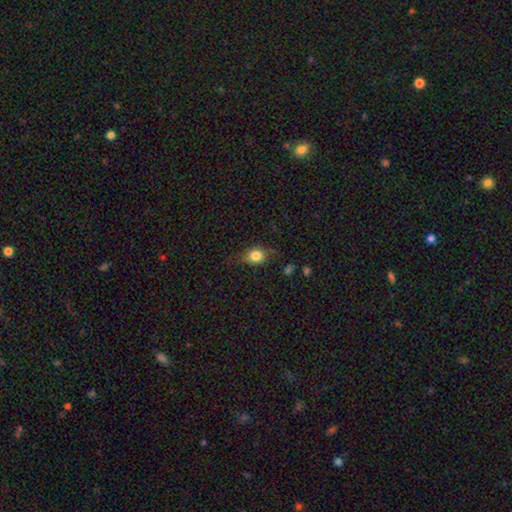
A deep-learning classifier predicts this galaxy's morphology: This appears to be a smooth galaxy with no disk features (78%) that is round (58%). Merging: none (69%).